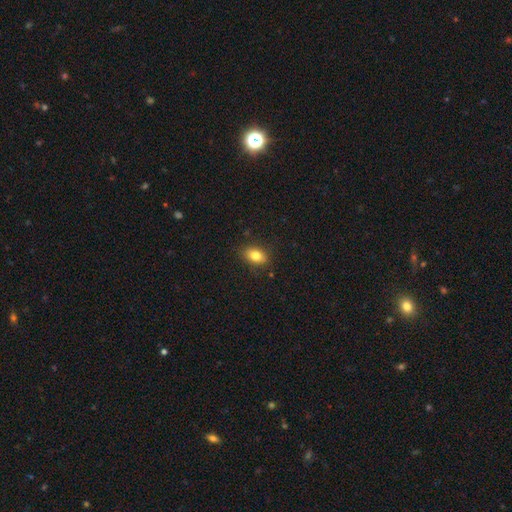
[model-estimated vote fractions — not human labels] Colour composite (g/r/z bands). It shows a smooth galaxy with no disk features (81%) that is in between round and cigar-shaped (84%). Merging: none (86%).